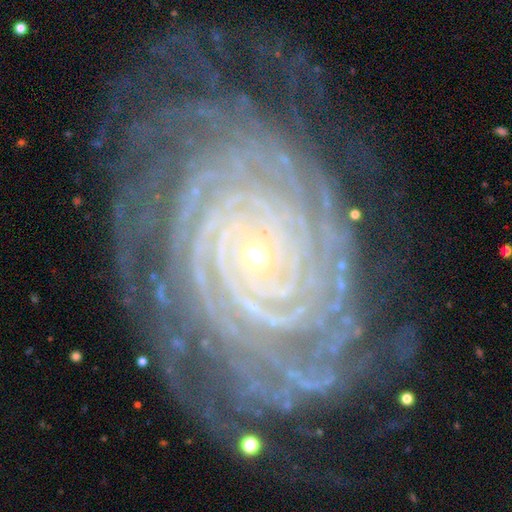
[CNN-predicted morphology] smooth_or_featured: featured or disk (p=0.90) [alt: star or artifact p=0.06]
disk_edge_on: no (p=0.97) [alt: yes p=0.03]
bar: no (p=0.78) [alt: weak p=0.13]
has_spiral_arms: yes (p=0.98) [alt: no p=0.02]
spiral_winding: tight (p=0.90) [alt: medium p=0.08]
spiral_arm_count: more than 4 (p=0.38) [alt: 4 p=0.18]
bulge_size: small (p=0.89) [alt: moderate p=0.08]
merging: none (p=0.75) [alt: minor disturbance p=0.16]